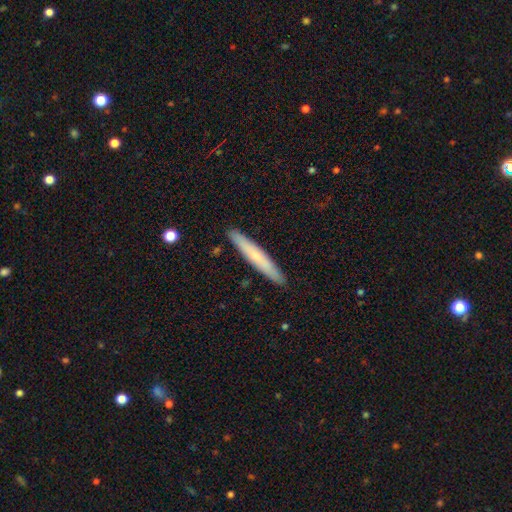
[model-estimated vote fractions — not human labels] Smooth or featured? Predicted: smooth (p=0.63). How rounded? Predicted: cigar-shaped (p=0.95). Merging? Predicted: none (p=0.91).